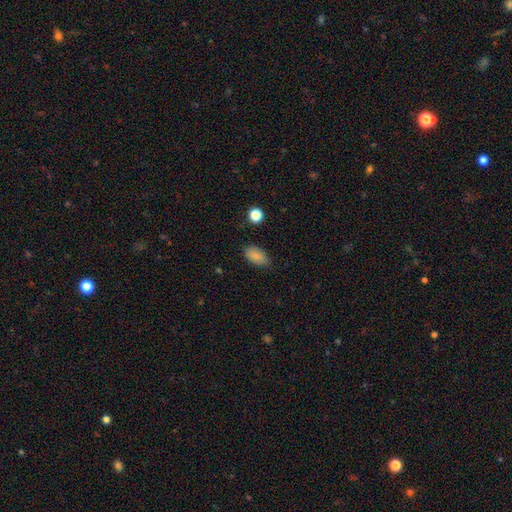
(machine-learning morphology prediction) A smooth galaxy with no disk features (86%) that is in between round and cigar-shaped (91%). Merging: none (81%).